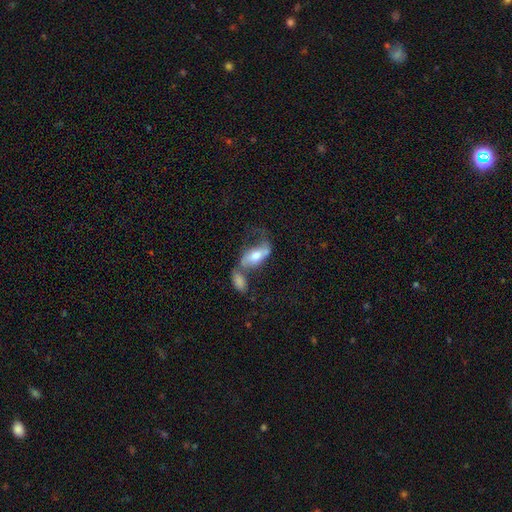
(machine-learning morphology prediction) featured or disk 47%, smooth 45%, star or artifact 8%. Down the decision tree: merging — merger (48%).